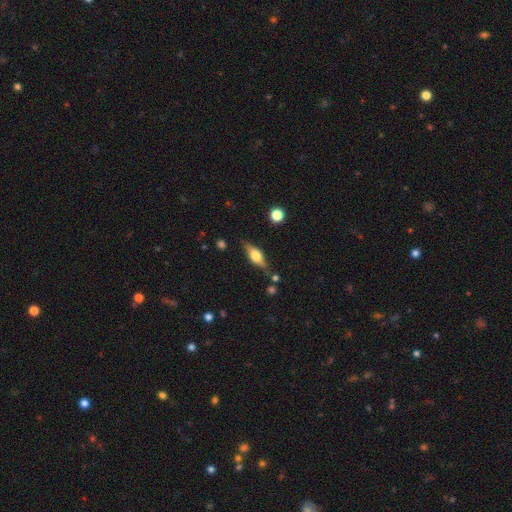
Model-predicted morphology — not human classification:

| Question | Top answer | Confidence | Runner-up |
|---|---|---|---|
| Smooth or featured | featured or disk | 53% | smooth (40%) |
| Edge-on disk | yes | 90% | no (10%) |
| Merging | none | 77% | minor disturbance (15%) |